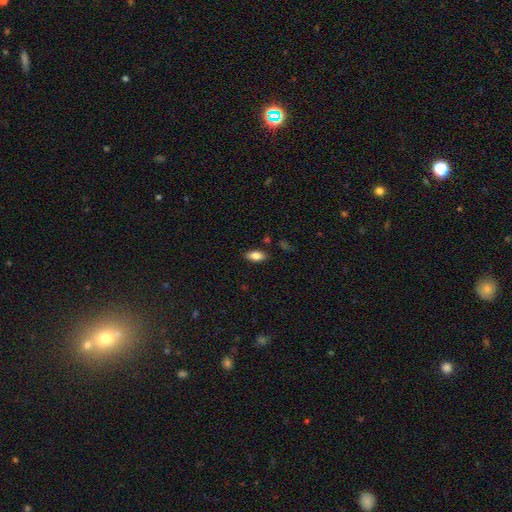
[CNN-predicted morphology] This appears to be a smooth galaxy with no disk features (81%) that is in between round and cigar-shaped (89%). Merging: none (86%).